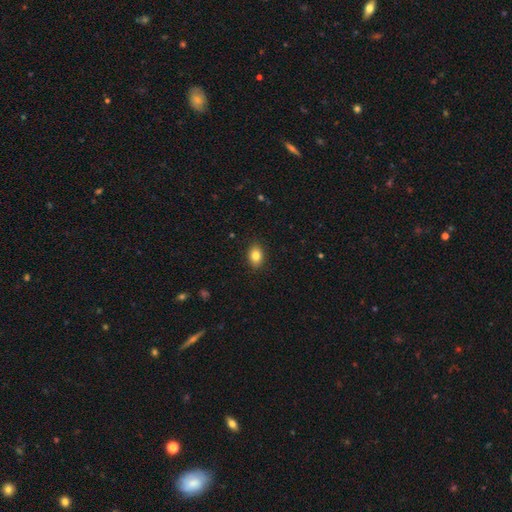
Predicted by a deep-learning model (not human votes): smooth_or_featured: smooth (p=0.84) [alt: star or artifact p=0.09]
how_rounded: in between (p=0.76) [alt: round p=0.23]
merging: none (p=0.89) [alt: minor disturbance p=0.08]